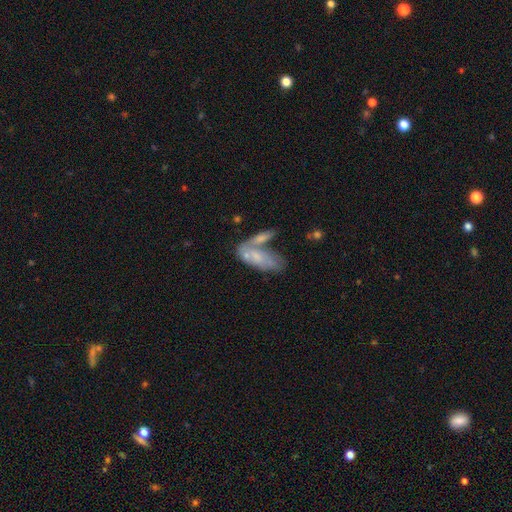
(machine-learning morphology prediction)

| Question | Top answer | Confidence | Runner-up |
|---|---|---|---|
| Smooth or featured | smooth | 53% | featured or disk (39%) |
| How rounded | in between | 77% | cigar-shaped (20%) |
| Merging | merger | 51% | none (25%) |